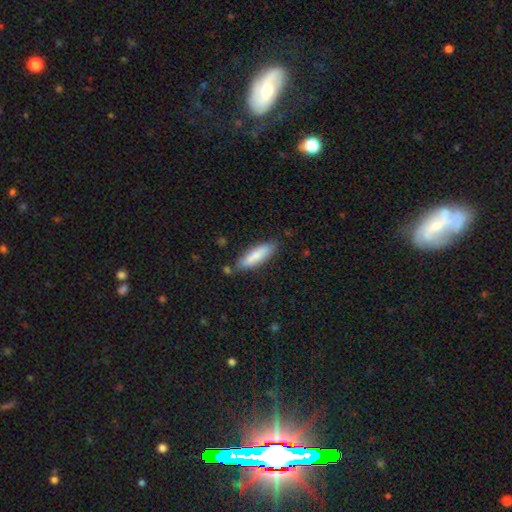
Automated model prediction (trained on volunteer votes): Overall: smooth (82%). How rounded: cigar-shaped (62%; in between 37%). Merging: none (79%).